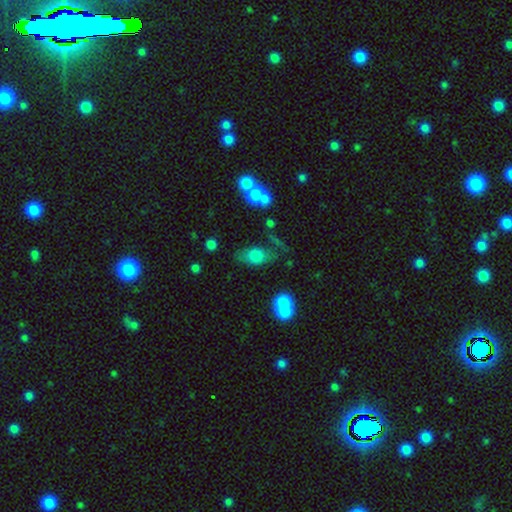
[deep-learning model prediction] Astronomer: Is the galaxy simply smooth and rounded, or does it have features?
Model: smooth — 67%.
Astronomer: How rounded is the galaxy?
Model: in between — 80%.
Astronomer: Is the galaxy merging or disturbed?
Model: none — 56%.